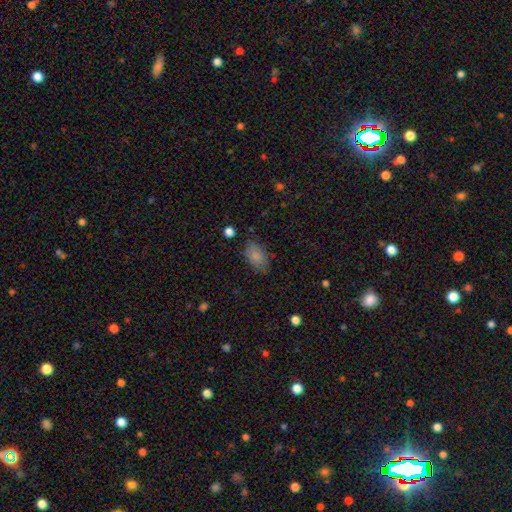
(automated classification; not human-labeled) Smooth or featured: smooth — 84% (star or artifact — 8%)
How rounded: in between — 91% (round — 7%)
Merging: none — 78% (minor disturbance — 16%)